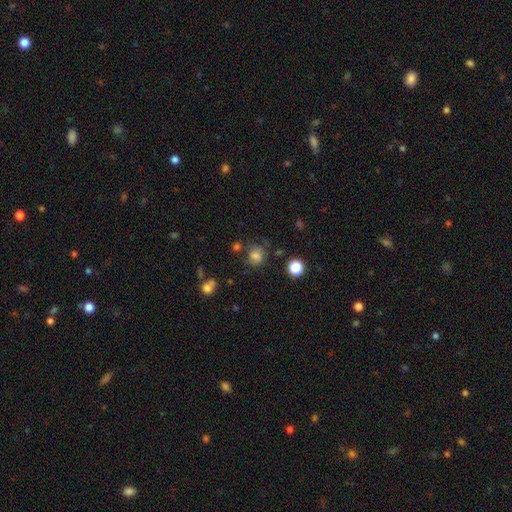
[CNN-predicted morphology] Q: Smooth or featured?
A: smooth (76%); runner-up: star or artifact (15%)
Q: How rounded?
A: round (76%); runner-up: in between (23%)
Q: Merging?
A: none (68%); runner-up: minor disturbance (18%)